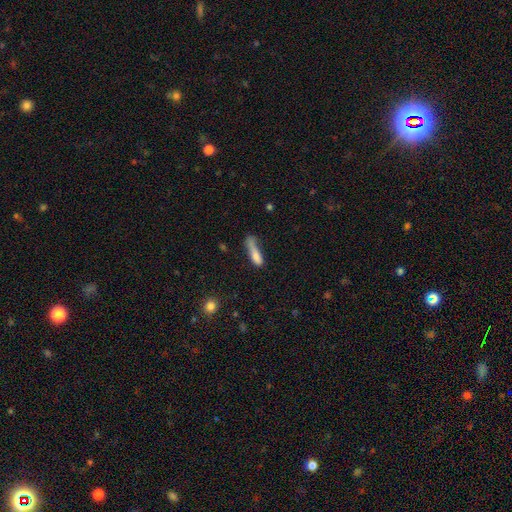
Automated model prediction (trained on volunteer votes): Smooth or featured?
  - smooth: 73% *
  - featured or disk: 18%
  - star or artifact: 9%
How rounded?
  - cigar-shaped: 73% *
  - in between: 25%
  - round: 2%
Merging?
  - none: 35% *
  - minor disturbance: 28%
  - major disturbance: 24%
  - merger: 13%